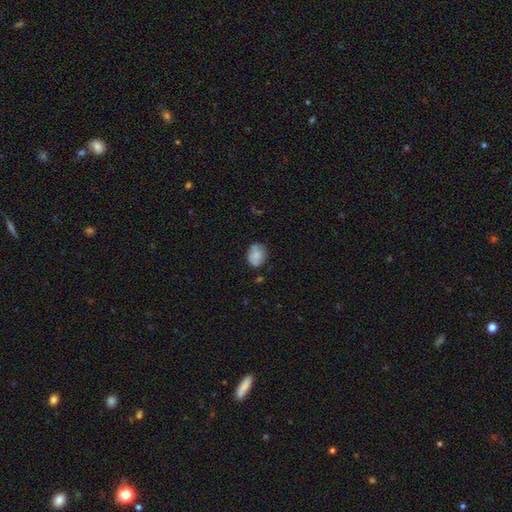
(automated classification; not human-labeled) Smooth or featured? Predicted: smooth (p=0.75). How rounded? Predicted: round (p=0.51). Merging? Predicted: none (p=0.66).